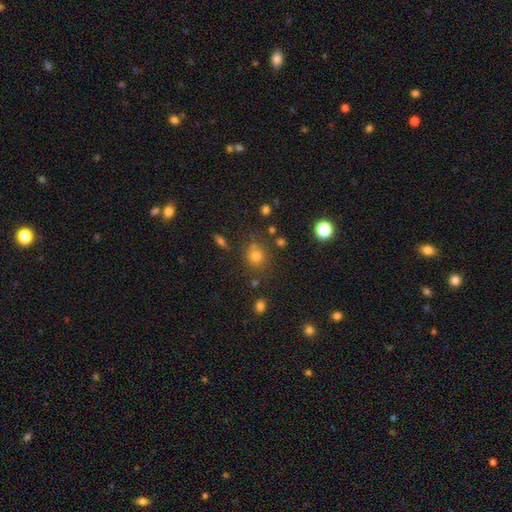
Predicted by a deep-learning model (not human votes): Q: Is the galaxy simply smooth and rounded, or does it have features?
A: smooth — 72%.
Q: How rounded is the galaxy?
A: round — 79%.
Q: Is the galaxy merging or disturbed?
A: none — 72%.